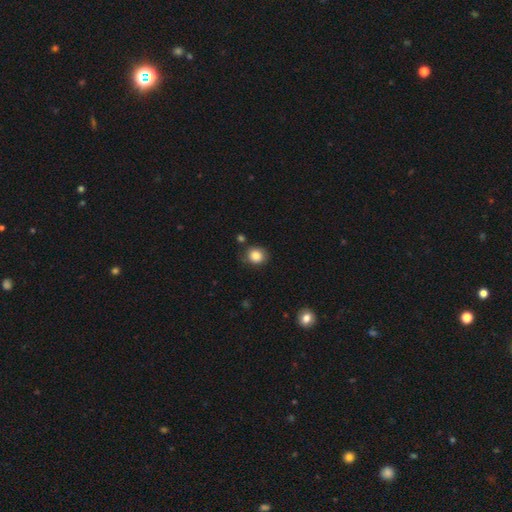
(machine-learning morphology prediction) This is clearly a smooth galaxy (85%). How rounded: likely round (72%). Merging: likely none (76%).